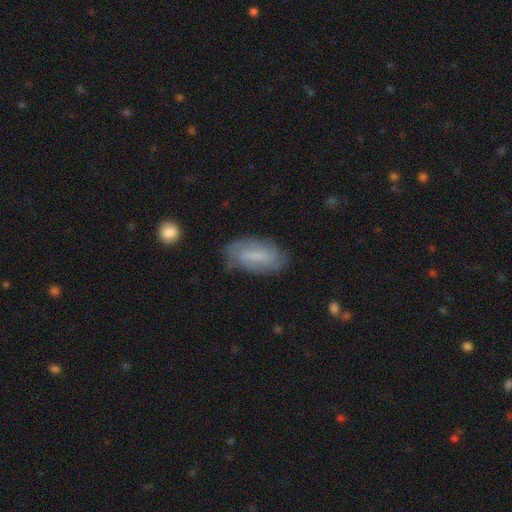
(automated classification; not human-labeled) Morphology: type=featured or disk (50%); edge-on=no (91%); merging=none (71%).